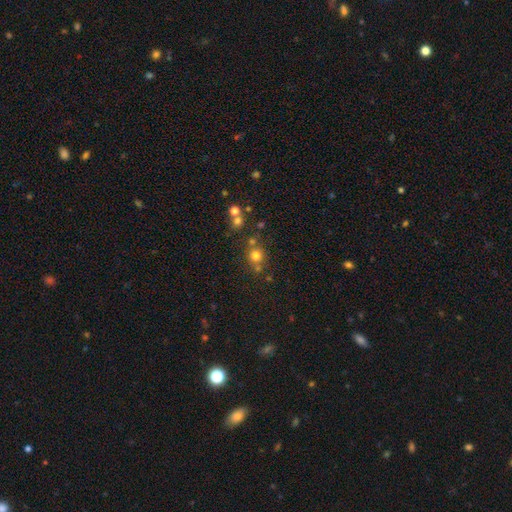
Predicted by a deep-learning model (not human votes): Q: Smooth or featured?
A: smooth (73%); runner-up: star or artifact (17%)
Q: How rounded?
A: round (88%); runner-up: in between (11%)
Q: Merging?
A: none (68%); runner-up: merger (18%)